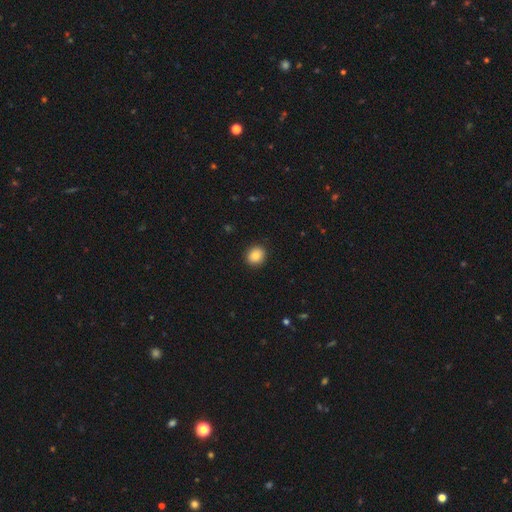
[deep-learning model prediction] Smooth or featured? Predicted: smooth (p=0.85). How rounded? Predicted: round (p=0.76). Merging? Predicted: none (p=0.91).